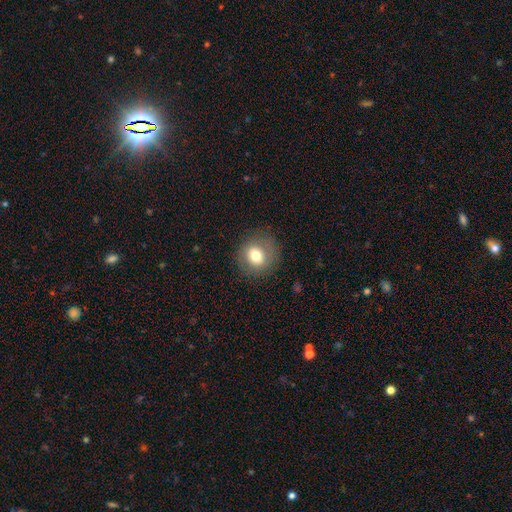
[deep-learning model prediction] The model was most divided on "smooth or featured": smooth: 71%, featured or disk: 20%, star or artifact: 10%. More confident: merging — none (83%); how rounded — round (82%).